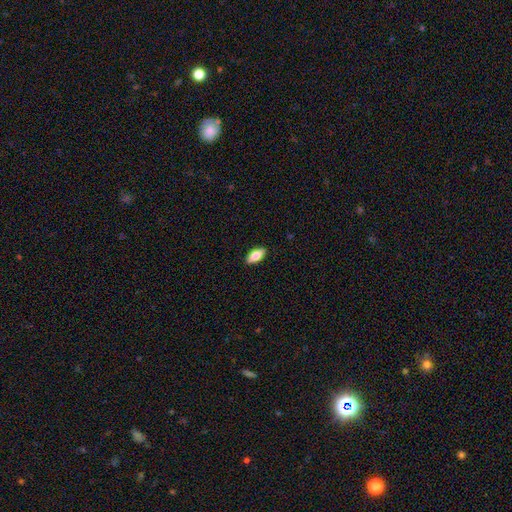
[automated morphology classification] A smooth galaxy with no disk features (75%) that is in between round and cigar-shaped (82%). Merging: none (89%).